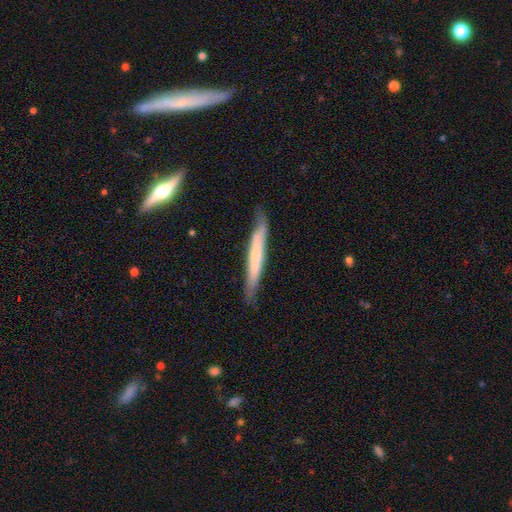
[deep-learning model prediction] Smooth or featured? smooth (54%)
How rounded? cigar-shaped (95%)
Merging? none (76%)